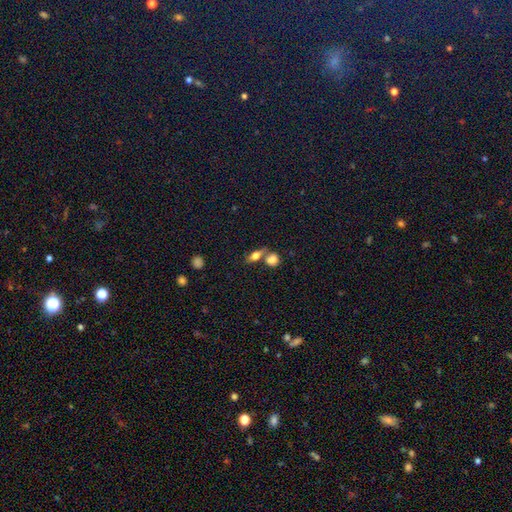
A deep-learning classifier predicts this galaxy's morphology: Smooth or featured? smooth (61%)
How rounded? in between (63%)
Merging? none (52%)